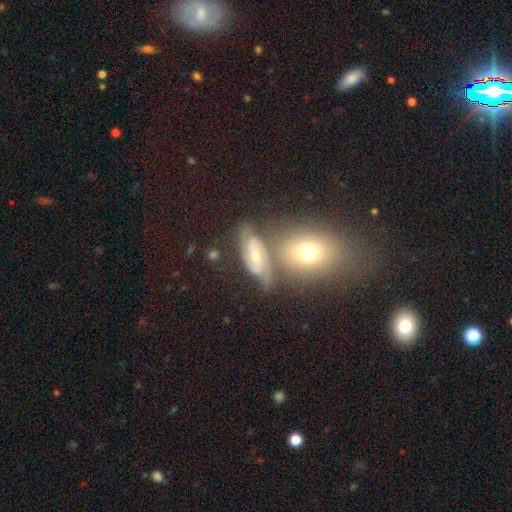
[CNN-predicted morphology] This appears to be a featured or disk galaxy (67%) with a weak bar (43%), 2 (78%) medium (47%) spiral arms (90%) and a small central bulge (54%). Merging: none (56%).